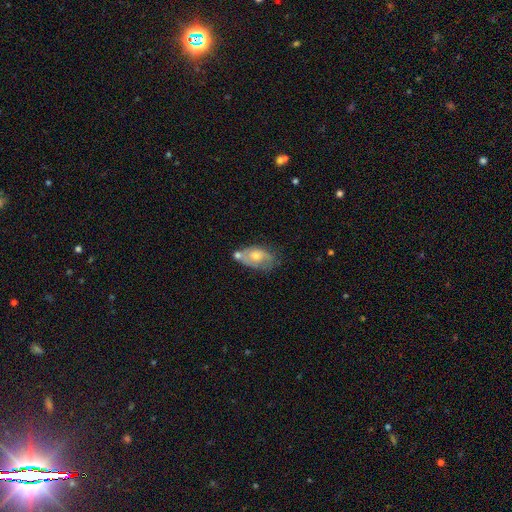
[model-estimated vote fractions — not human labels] Overall: featured or disk (52%; smooth 40%). Edge-on disk: no (92%). Merging: none (49%; minor disturbance 24%).